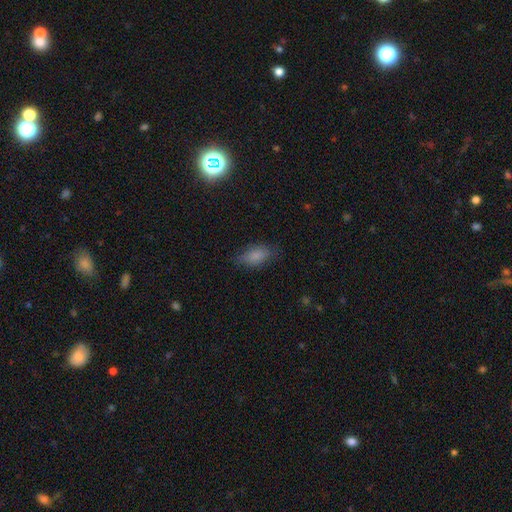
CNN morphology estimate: smooth-or-featured: smooth: 83% | star or artifact: 10% | featured or disk: 8%
  how-rounded: in between: 89% | cigar-shaped: 6% | round: 5%
  merging: none: 73% | minor disturbance: 20% | major disturbance: 6% | merger: 1%